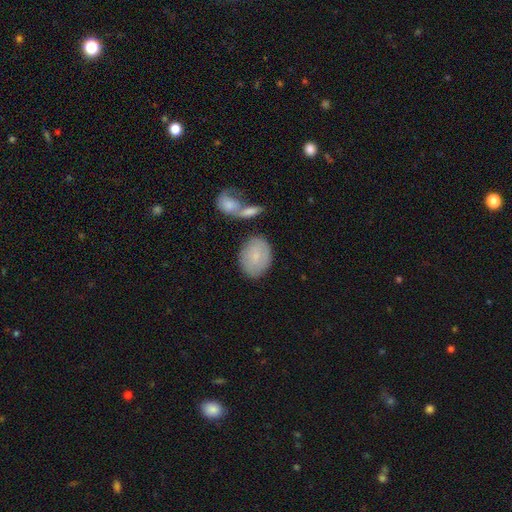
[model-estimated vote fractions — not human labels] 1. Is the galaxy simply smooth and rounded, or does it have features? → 73% smooth, 20% featured or disk, 7% star or artifact.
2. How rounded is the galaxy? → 66% in between, 32% round, 1% cigar-shaped.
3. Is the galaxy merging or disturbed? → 70% none, 15% minor disturbance, 11% merger, 5% major disturbance.